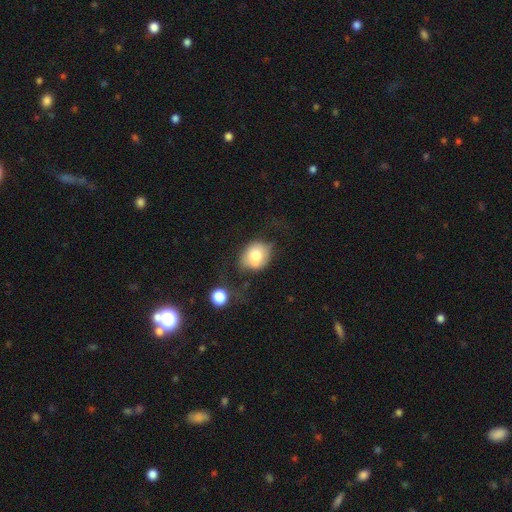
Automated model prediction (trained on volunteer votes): smooth-or-featured: smooth: 65% | featured or disk: 25% | star or artifact: 10%
  how-rounded: round: 60% | in between: 39% | cigar-shaped: 1%
  merging: none: 45% | merger: 23% | minor disturbance: 21% | major disturbance: 11%